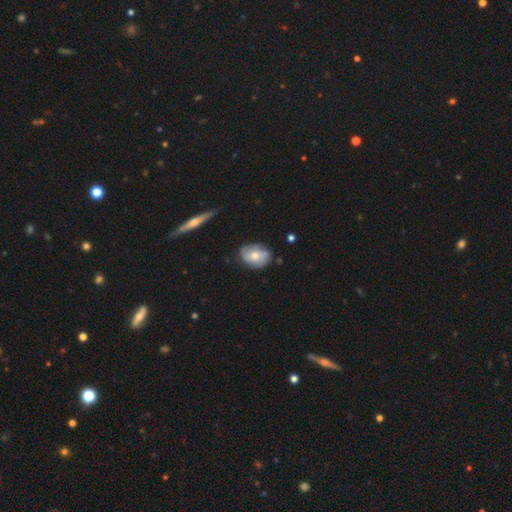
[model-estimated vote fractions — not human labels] The model was most divided on "smooth or featured": featured or disk: 48%, smooth: 45%, star or artifact: 7%. More confident: merging — none (68%).